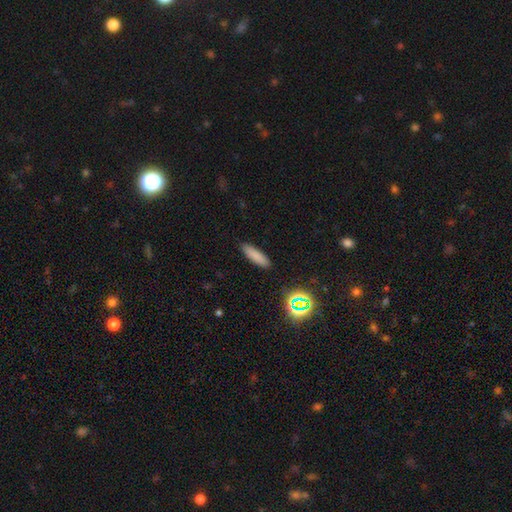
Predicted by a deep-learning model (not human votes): Smooth or featured? Predicted: smooth (p=0.80). How rounded? Predicted: cigar-shaped (p=0.66). Merging? Predicted: none (p=0.88).